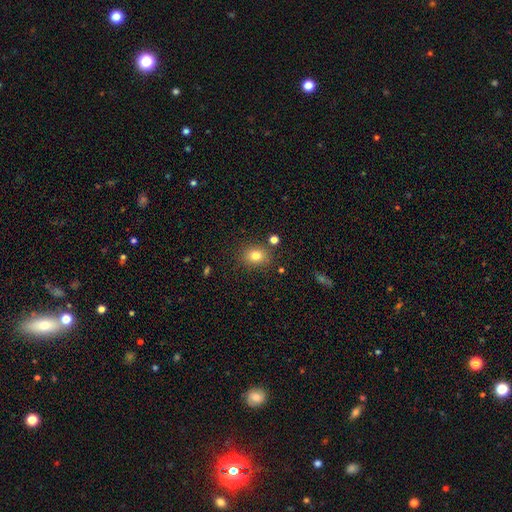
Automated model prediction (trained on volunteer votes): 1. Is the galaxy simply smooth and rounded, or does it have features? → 80% smooth, 12% star or artifact, 8% featured or disk.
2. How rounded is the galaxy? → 56% round, 43% in between, 1% cigar-shaped.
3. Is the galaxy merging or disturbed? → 82% none, 11% minor disturbance, 4% merger, 3% major disturbance.